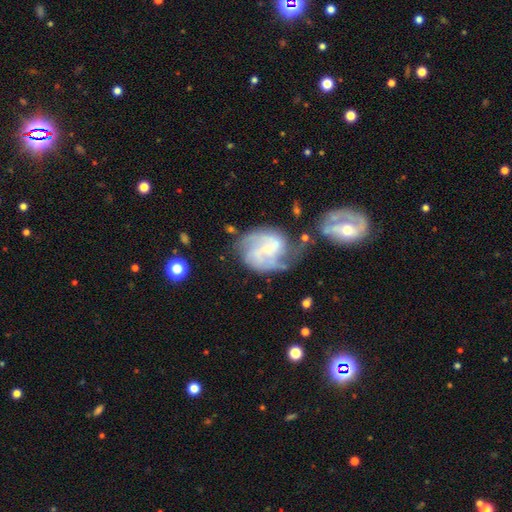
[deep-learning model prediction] Smooth or featured? featured or disk (77%)
Edge-on disk? no (98%)
Bar? no (50%)
Spiral arms? yes (87%)
Spiral winding? medium (45%)
Spiral arm count? 2 (57%)
Bulge size? small (69%)
Merging? none (43%)